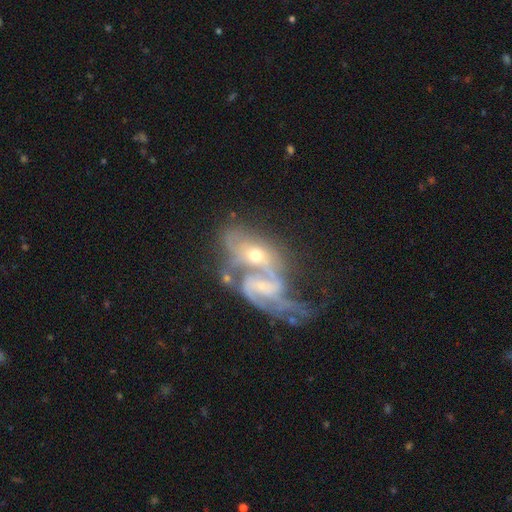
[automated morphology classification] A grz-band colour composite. It shows a featured or disk galaxy (74%) with no bar (55%), 2 (55%) medium (44%) spiral arms (83%) and a small central bulge (47%). Merging: merger (69%).